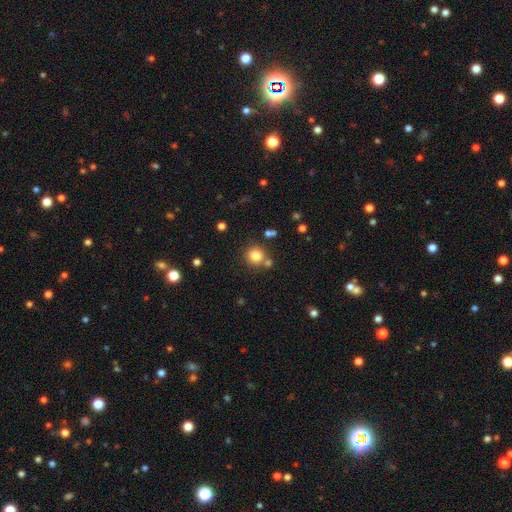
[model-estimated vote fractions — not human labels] Smooth or featured? smooth (81%)
How rounded? round (92%)
Merging? none (72%)